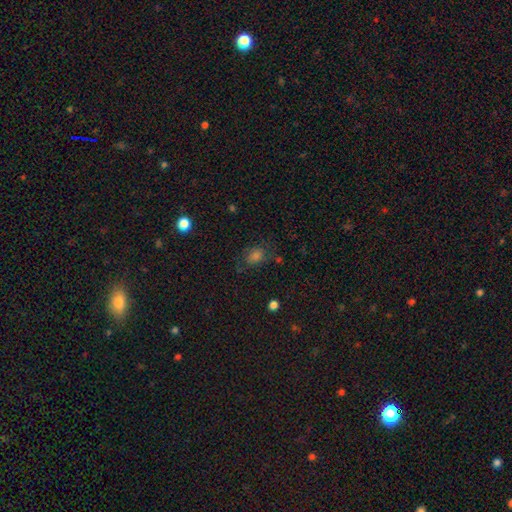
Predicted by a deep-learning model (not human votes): The model was most divided on "how rounded": in between: 52%, round: 46%, cigar-shaped: 2%. More confident: merging — none (71%); smooth or featured — smooth (59%).